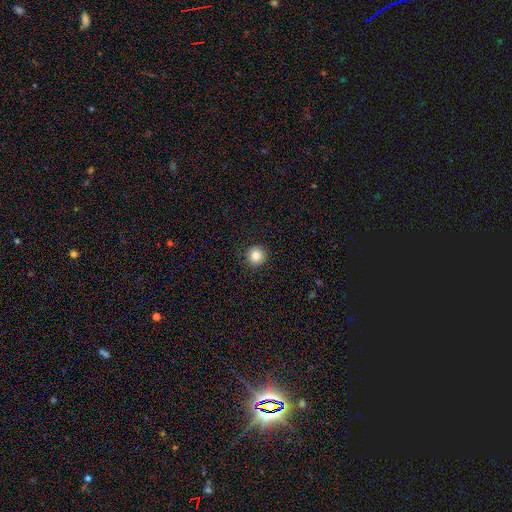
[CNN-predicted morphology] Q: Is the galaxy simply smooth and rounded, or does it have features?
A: smooth — 85%.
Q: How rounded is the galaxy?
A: round — 96%.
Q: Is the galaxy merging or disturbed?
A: none — 92%.